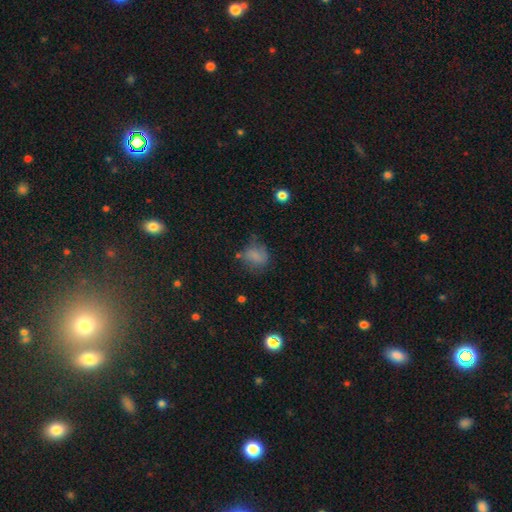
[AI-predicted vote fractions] Smooth or featured? smooth (70%)
How rounded? round (56%)
Merging? none (51%)